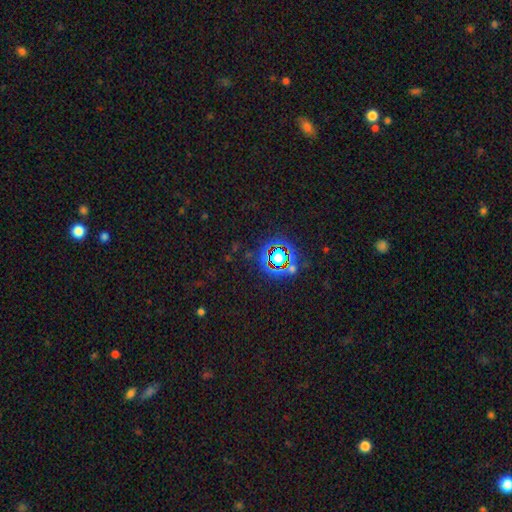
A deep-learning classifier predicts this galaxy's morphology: The model was most divided on "smooth or featured": star or artifact: 77%, smooth: 14%, featured or disk: 9%.